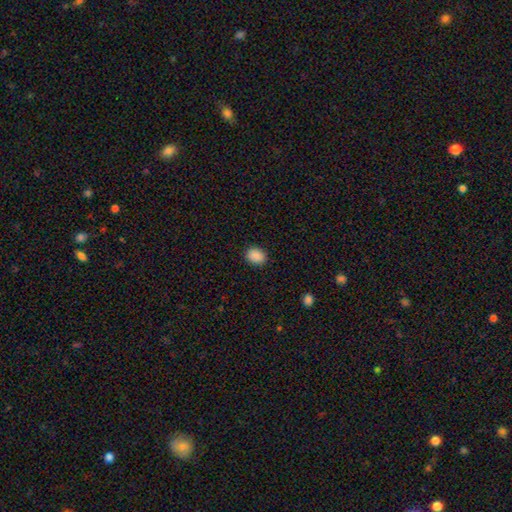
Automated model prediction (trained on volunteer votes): Overall: smooth (89%). How rounded: in between (55%; round 44%). Merging: none (89%).